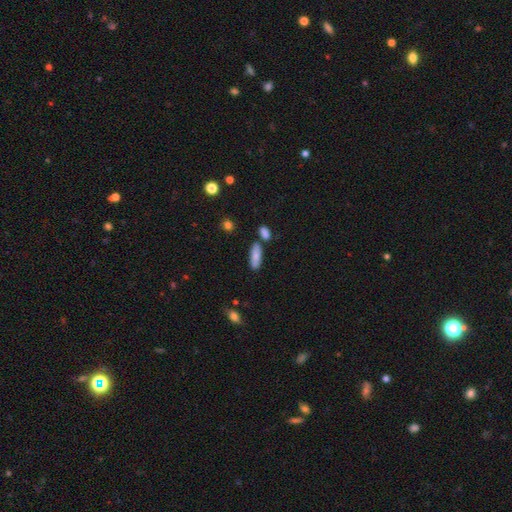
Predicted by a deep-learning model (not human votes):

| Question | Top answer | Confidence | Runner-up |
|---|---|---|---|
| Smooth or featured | smooth | 78% | featured or disk (15%) |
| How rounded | in between | 65% | cigar-shaped (33%) |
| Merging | none | 73% | minor disturbance (14%) |